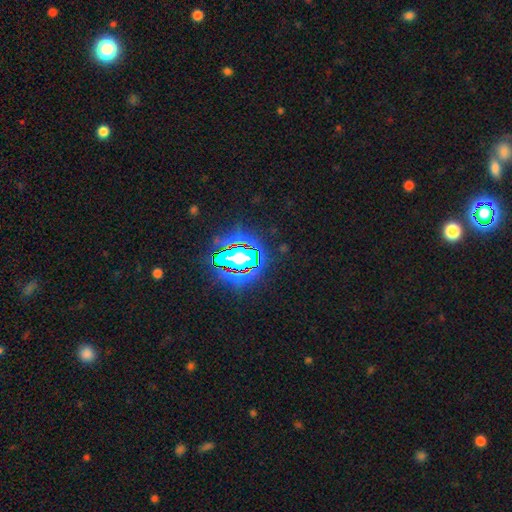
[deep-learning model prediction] Q: Smooth or featured?
A: star or artifact (73%); runner-up: smooth (14%)